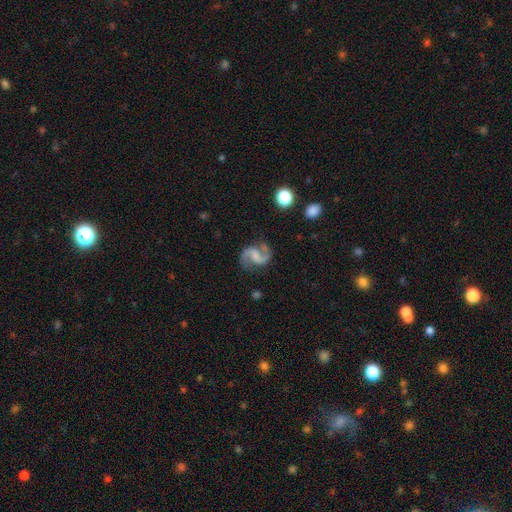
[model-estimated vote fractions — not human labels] A featured or disk galaxy (90%) with a weak bar (48%), 2 (94%) medium (48%) spiral arms (98%) and no central bulge (48%).

Vote fractions:
- Smooth or featured? featured or disk: 90% / star or artifact: 5% / smooth: 5%
- Edge-on disk? no: 98% / yes: 2%
- Bar? weak: 48% / no: 31% / strong: 21%
- Spiral arms? yes: 98% / no: 2%
- Spiral winding? medium: 48% / loose: 44% / tight: 8%
- Spiral arm count? 2: 94% / 1: 2% / can't tell: 2% / 3: 1% / 4: 1% / more than 4: 1%
- Bulge size? none: 48% / small: 27% / moderate: 19% / large: 4% / dominant: 1%
- Merging? none: 78% / minor disturbance: 14% / major disturbance: 6% / merger: 2%